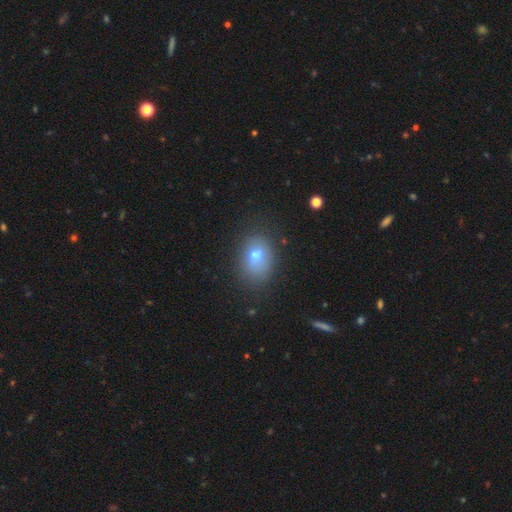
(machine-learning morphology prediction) smooth 73%, featured or disk 15%, star or artifact 12%. Down the decision tree: how rounded — in between (72%); merging — none (70%).